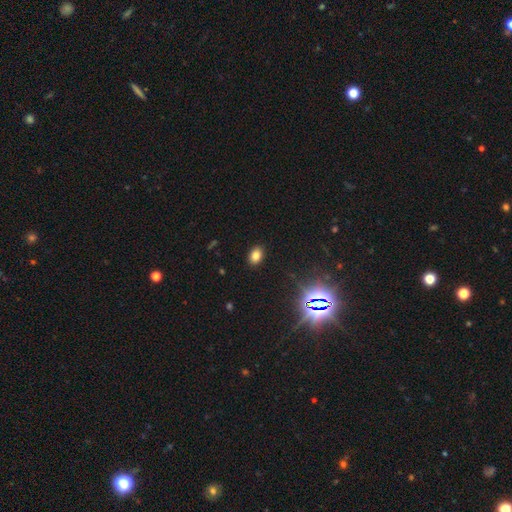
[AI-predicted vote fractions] This is clearly a smooth galaxy (81%). How rounded: clearly in between (80%). Merging: clearly none (88%).